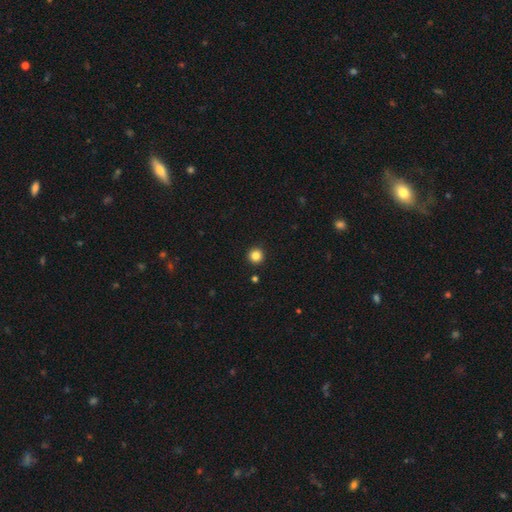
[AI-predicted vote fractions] Q: Smooth or featured?
A: smooth (84%); runner-up: star or artifact (12%)
Q: How rounded?
A: round (96%); runner-up: in between (3%)
Q: Merging?
A: none (93%); runner-up: minor disturbance (4%)